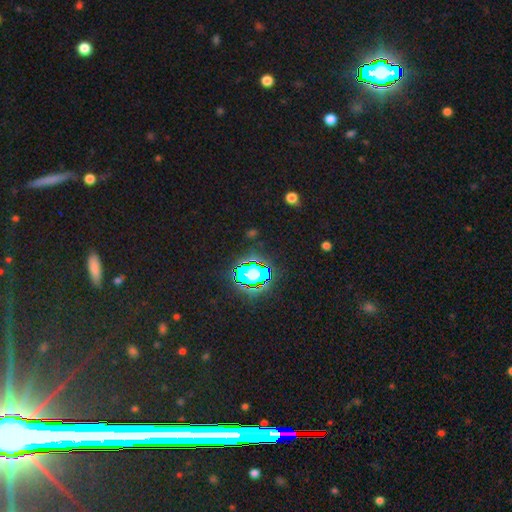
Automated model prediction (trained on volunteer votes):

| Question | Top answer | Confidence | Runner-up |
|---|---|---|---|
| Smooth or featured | star or artifact | 79% | smooth (11%) |